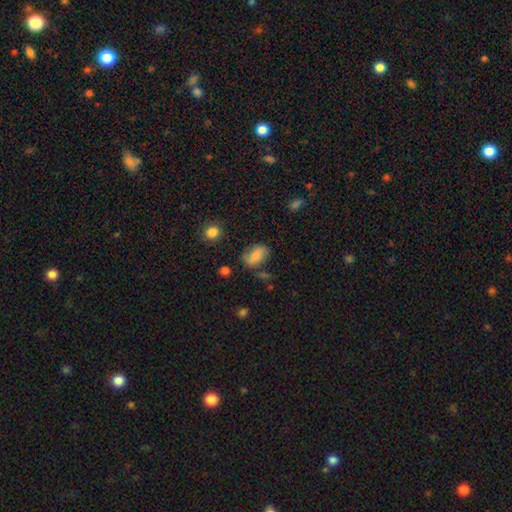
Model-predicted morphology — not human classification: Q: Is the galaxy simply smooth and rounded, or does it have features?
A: smooth — 62%.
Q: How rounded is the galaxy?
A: in between — 84%.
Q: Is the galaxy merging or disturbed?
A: none — 61%.